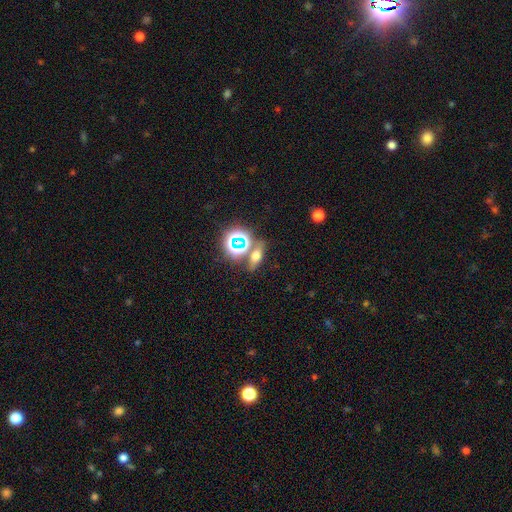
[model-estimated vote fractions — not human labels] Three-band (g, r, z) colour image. It shows a smooth galaxy with no disk features (47%). Merging: none (73%).